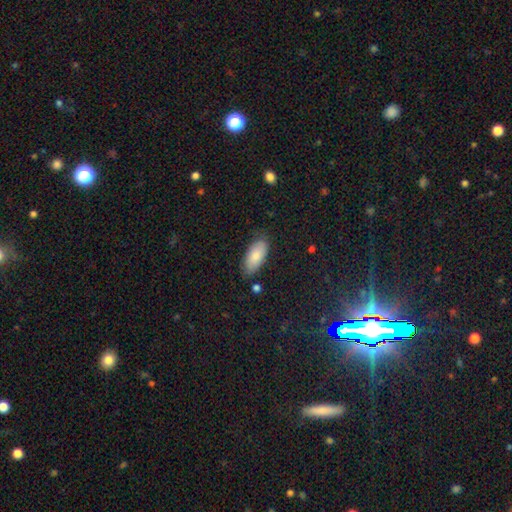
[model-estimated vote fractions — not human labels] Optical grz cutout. It shows a smooth galaxy with no disk features (82%) that is in between round and cigar-shaped (90%). Merging: none (76%).